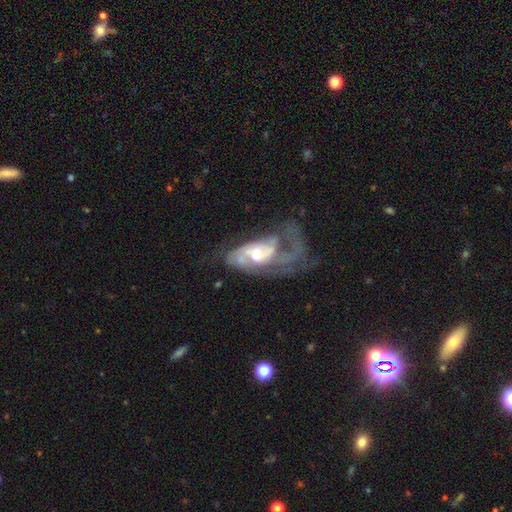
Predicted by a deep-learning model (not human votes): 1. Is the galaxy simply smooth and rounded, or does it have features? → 80% featured or disk, 14% smooth, 6% star or artifact.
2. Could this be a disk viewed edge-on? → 95% no, 5% yes.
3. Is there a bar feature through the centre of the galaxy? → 58% no, 33% weak, 8% strong.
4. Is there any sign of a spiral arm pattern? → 85% yes, 15% no.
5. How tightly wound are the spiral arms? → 42% medium, 31% loose, 27% tight.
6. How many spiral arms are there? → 36% 2, 27% can't tell, 16% 1, 13% 3, 4% 4, 3% more than 4.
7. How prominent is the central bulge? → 60% moderate, 23% small, 12% large, 3% none, 1% dominant.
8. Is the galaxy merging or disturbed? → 51% major disturbance, 24% none, 15% minor disturbance, 11% merger.